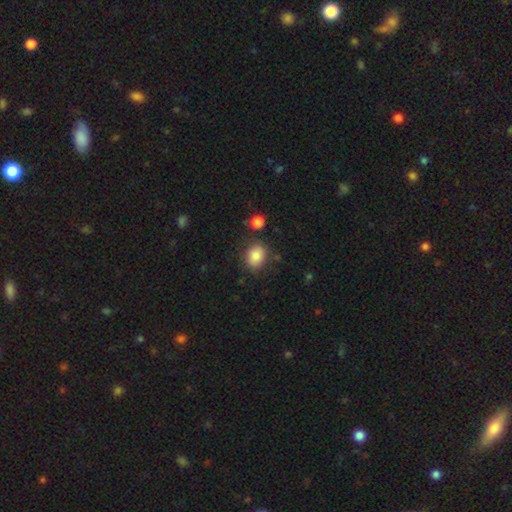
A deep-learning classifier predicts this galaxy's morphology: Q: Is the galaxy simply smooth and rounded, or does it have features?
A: smooth — 85%.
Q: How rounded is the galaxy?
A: in between — 61%.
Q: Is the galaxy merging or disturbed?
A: none — 78%.